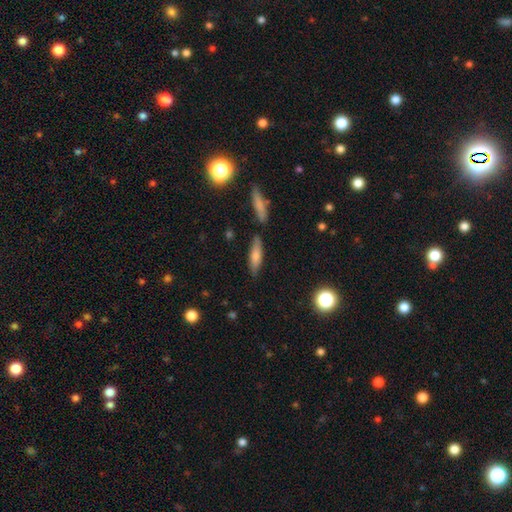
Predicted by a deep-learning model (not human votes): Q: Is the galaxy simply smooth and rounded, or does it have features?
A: smooth — 71%.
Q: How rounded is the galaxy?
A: cigar-shaped — 62%.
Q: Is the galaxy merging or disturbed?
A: none — 77%.